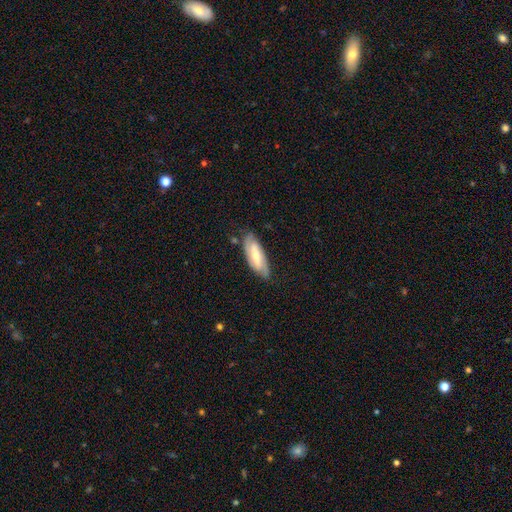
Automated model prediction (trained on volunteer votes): smooth-or-featured: featured or disk: 63% | smooth: 31% | star or artifact: 6%
  disk-edge-on: no: 84% | yes: 16%
    bar: weak: 39% | strong: 37% | no: 24%
    has-spiral-arms: yes: 84% | no: 16%
    bulge-size: small: 49% | moderate: 45% | large: 3% | none: 2% | dominant: 1%
  merging: none: 75% | minor disturbance: 19% | major disturbance: 4% | merger: 2%